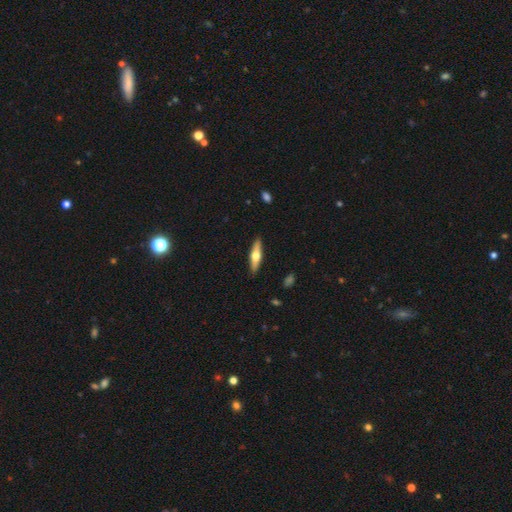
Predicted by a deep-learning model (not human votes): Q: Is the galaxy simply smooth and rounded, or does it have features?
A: featured or disk — 52%.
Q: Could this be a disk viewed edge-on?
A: yes — 92%.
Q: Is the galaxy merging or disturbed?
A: none — 90%.